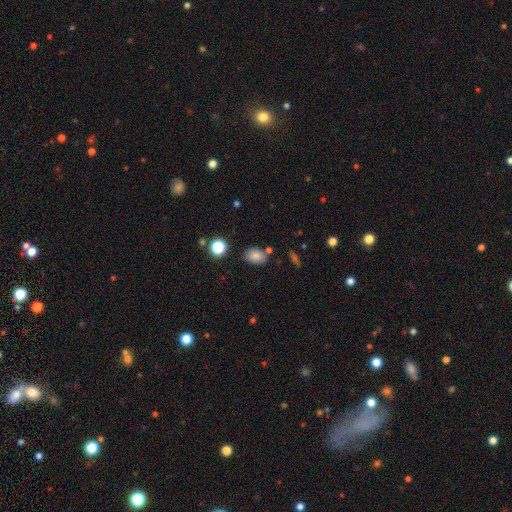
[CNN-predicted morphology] smooth-or-featured: smooth: 81% | star or artifact: 12% | featured or disk: 7%
  how-rounded: in between: 75% | round: 23% | cigar-shaped: 1%
  merging: none: 72% | minor disturbance: 16% | merger: 8% | major disturbance: 4%